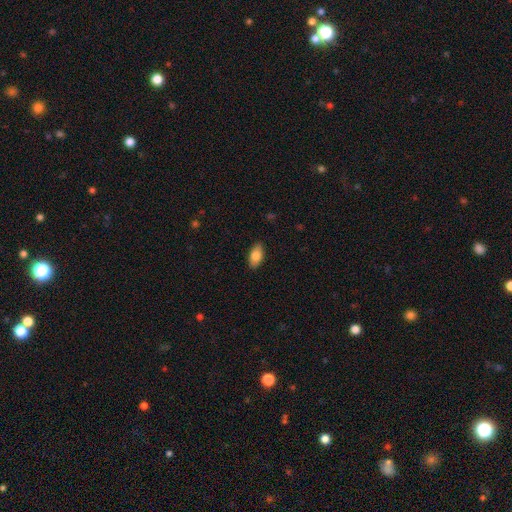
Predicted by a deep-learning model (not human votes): This is clearly a smooth galaxy (82%). How rounded: clearly in between (92%). Merging: clearly none (88%).